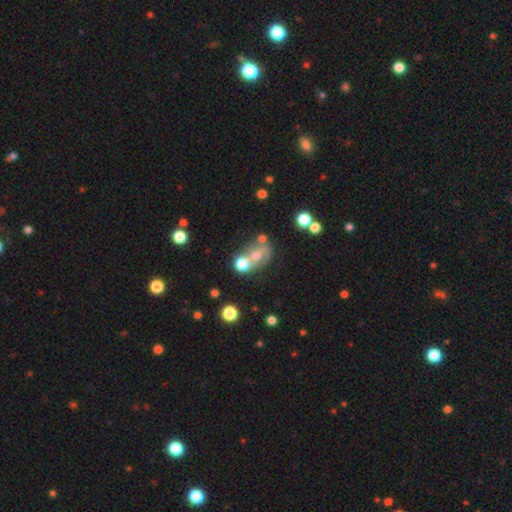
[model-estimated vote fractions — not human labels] Morphology: type=smooth (47%); merging=merger (47%).